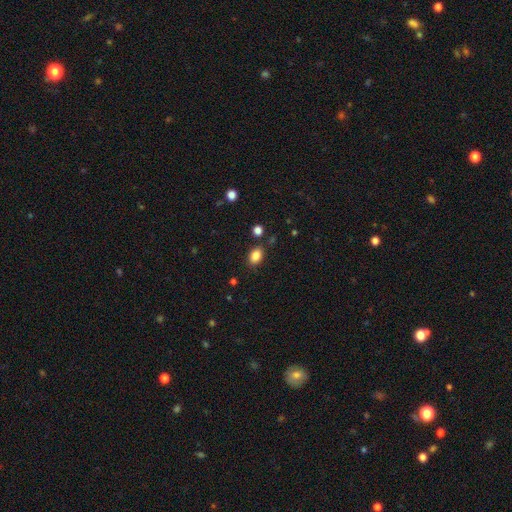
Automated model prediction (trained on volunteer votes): Smooth or featured: smooth — 85% (star or artifact — 10%)
How rounded: in between — 79% (round — 20%)
Merging: none — 82% (minor disturbance — 11%)